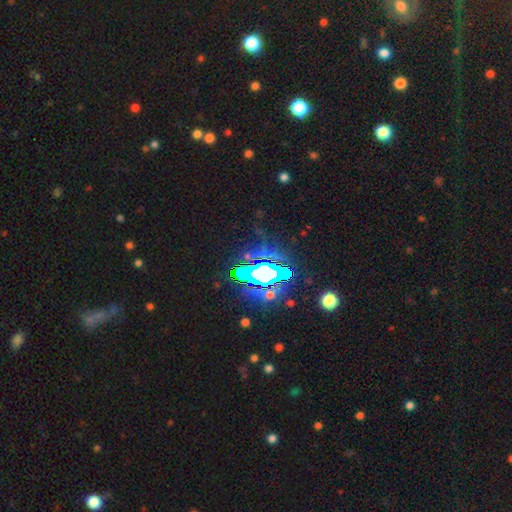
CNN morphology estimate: Smooth or featured?
  - star or artifact: 83% *
  - smooth: 10%
  - featured or disk: 7%